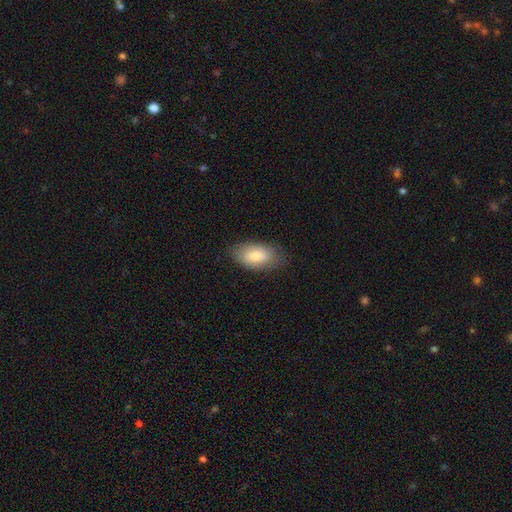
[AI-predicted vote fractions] smooth_or_featured: smooth (p=0.77) [alt: featured or disk p=0.16]
how_rounded: in between (p=0.93) [alt: round p=0.04]
merging: none (p=0.79) [alt: minor disturbance p=0.16]